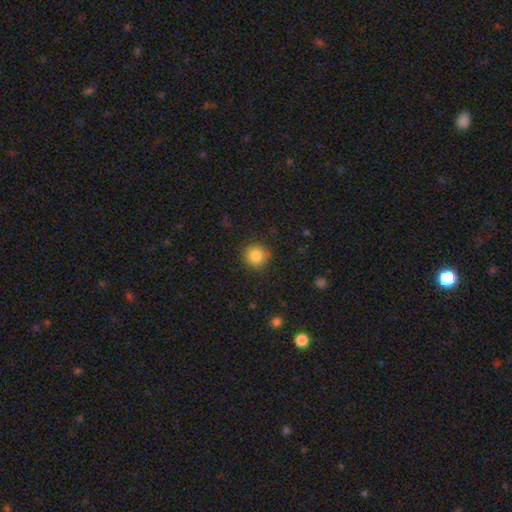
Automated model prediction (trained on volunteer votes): smooth 84%, star or artifact 10%, featured or disk 6%. Down the decision tree: how rounded — round (92%); merging — none (88%).